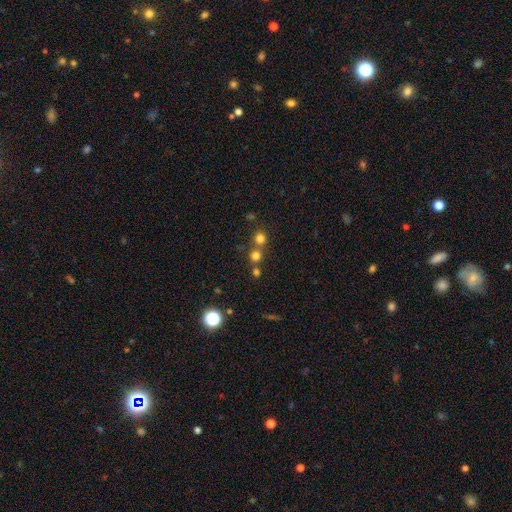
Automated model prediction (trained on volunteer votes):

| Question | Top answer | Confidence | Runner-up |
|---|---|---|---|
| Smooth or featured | smooth | 70% | star or artifact (22%) |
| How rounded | round | 91% | in between (8%) |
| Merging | none | 62% | merger (30%) |